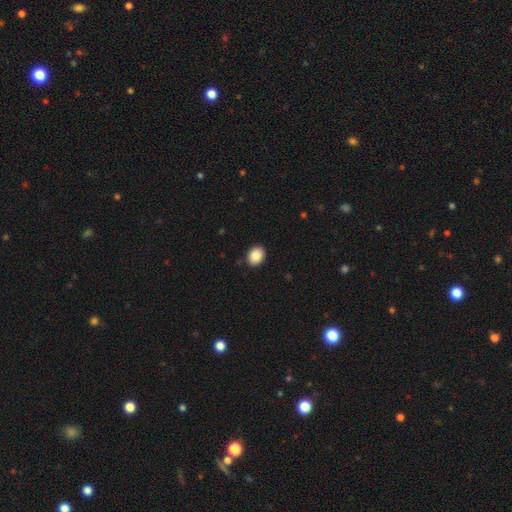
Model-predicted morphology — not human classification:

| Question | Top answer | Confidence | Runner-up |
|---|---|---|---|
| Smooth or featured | smooth | 87% | star or artifact (8%) |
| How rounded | round | 53% | in between (46%) |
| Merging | none | 90% | minor disturbance (7%) |